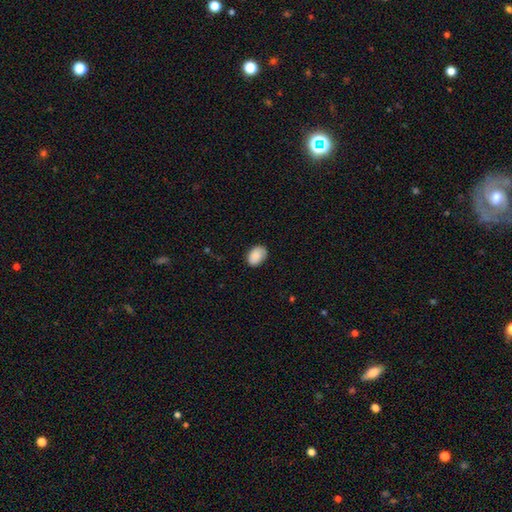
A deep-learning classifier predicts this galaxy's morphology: Smooth or featured: smooth — 86% (star or artifact — 7%)
How rounded: in between — 80% (round — 19%)
Merging: none — 79% (minor disturbance — 17%)